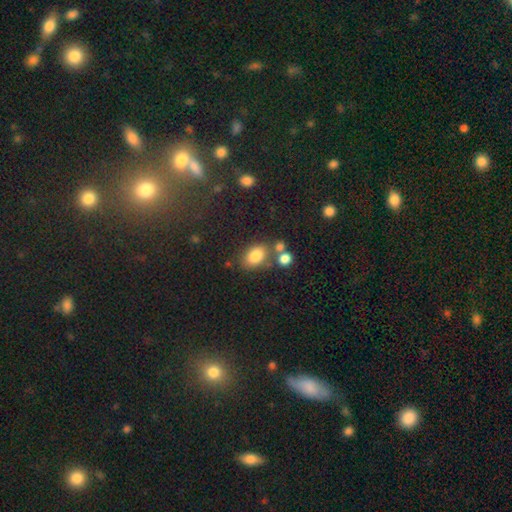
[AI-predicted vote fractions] A smooth galaxy with no disk features (80%) that is in between round and cigar-shaped (77%). Merging: none (64%).